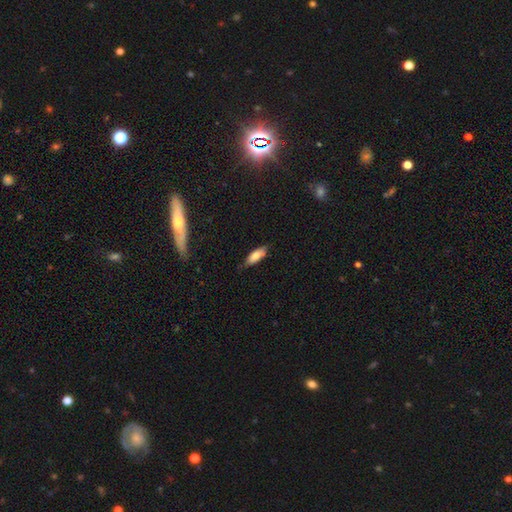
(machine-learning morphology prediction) smooth_or_featured: smooth (p=0.76) [alt: featured or disk p=0.18]
how_rounded: in between (p=0.66) [alt: cigar-shaped p=0.32]
merging: none (p=0.72) [alt: minor disturbance p=0.23]